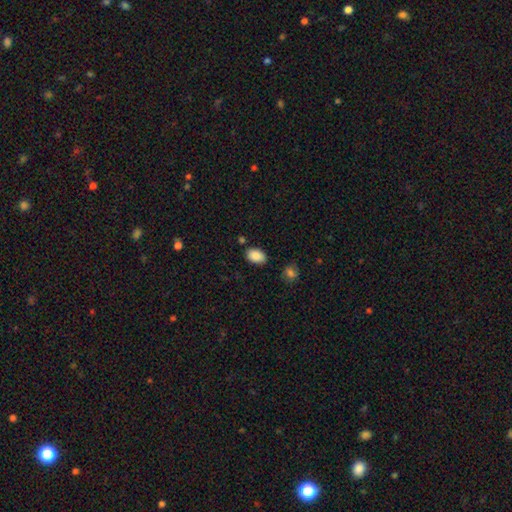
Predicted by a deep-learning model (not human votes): smooth-or-featured: smooth: 89% | star or artifact: 8% | featured or disk: 4%
  how-rounded: in between: 88% | round: 11% | cigar-shaped: 1%
  merging: none: 81% | minor disturbance: 12% | merger: 4% | major disturbance: 3%